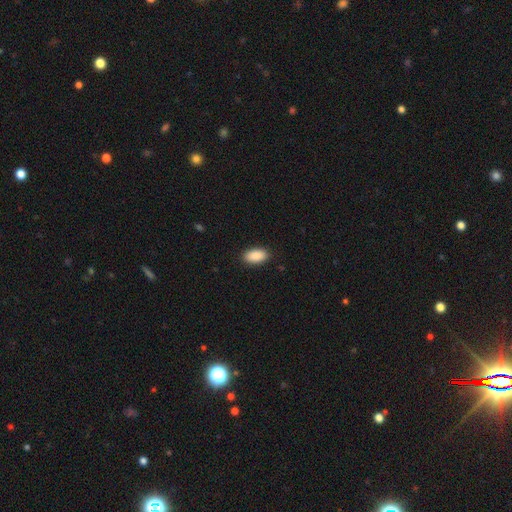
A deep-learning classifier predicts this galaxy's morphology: This is clearly a smooth galaxy (90%). How rounded: clearly in between (94%). Merging: clearly none (89%).